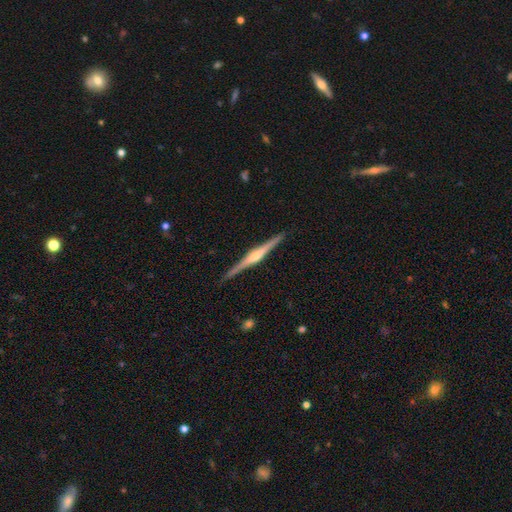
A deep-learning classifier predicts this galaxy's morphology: Overall: featured or disk (79%). Edge-on disk: yes (98%). Edge-on bulge: rounded (70%). Merging: none (90%).